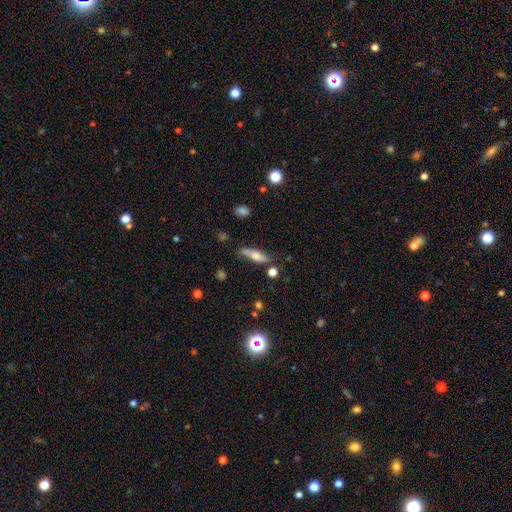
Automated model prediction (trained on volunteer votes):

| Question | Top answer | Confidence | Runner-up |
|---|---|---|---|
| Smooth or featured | smooth | 68% | featured or disk (24%) |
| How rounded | cigar-shaped | 52% | in between (45%) |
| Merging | none | 60% | minor disturbance (26%) |